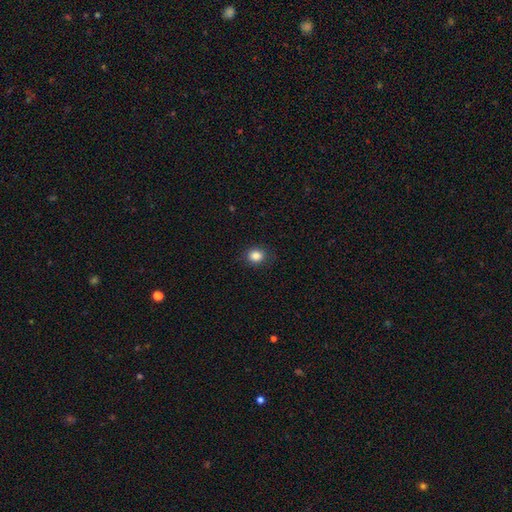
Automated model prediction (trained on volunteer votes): Smooth or featured? smooth (85%)
How rounded? round (69%)
Merging? none (86%)